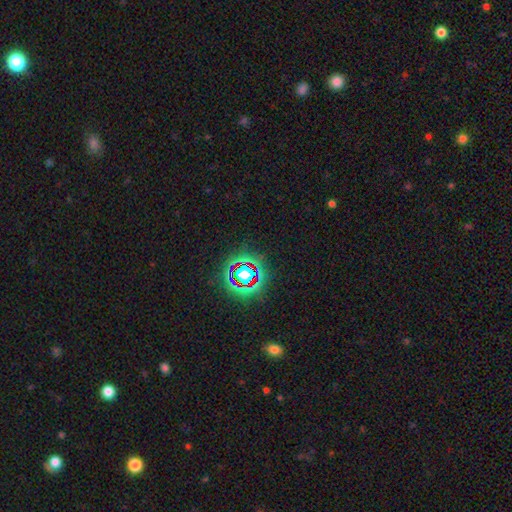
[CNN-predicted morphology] A star or artifact, not a galaxy (75%).